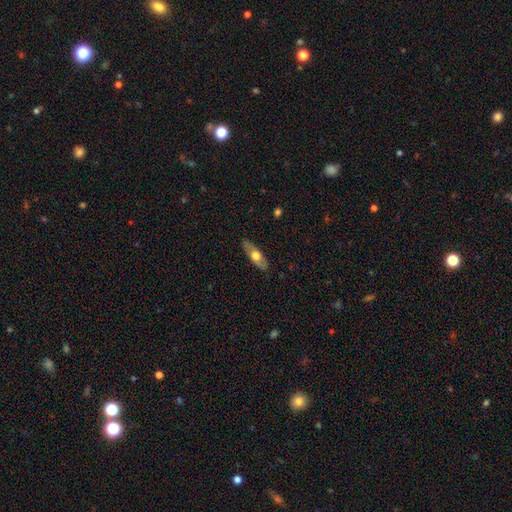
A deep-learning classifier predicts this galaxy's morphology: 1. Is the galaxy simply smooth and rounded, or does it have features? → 49% smooth, 46% featured or disk, 5% star or artifact.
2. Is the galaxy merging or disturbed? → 86% none, 11% minor disturbance, 2% major disturbance, 1% merger.